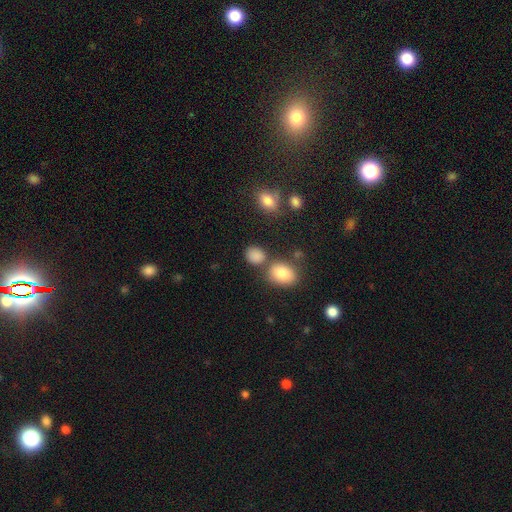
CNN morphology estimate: Smooth or featured: smooth — 85% (star or artifact — 11%)
How rounded: round — 63% (in between — 36%)
Merging: none — 70% (merger — 13%)